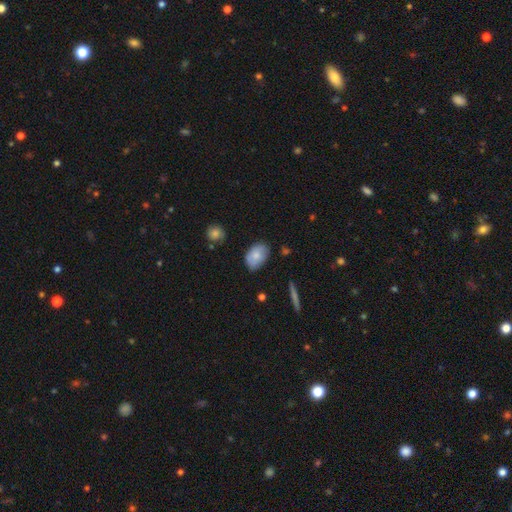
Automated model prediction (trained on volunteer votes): Smooth or featured: smooth — 79% (featured or disk — 15%)
How rounded: in between — 88% (round — 11%)
Merging: none — 75% (minor disturbance — 20%)